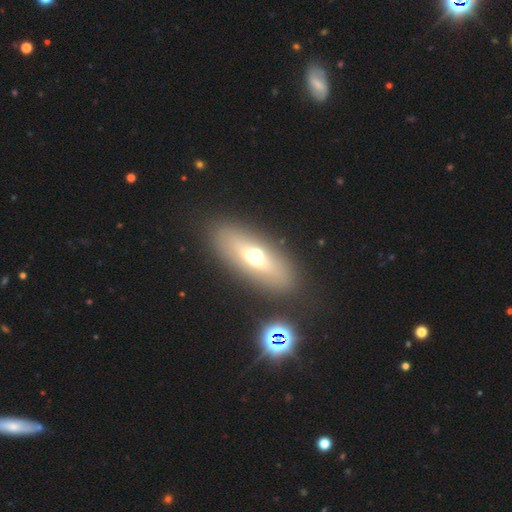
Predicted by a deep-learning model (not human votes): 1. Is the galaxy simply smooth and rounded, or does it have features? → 50% smooth, 37% featured or disk, 13% star or artifact.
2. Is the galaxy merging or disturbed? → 79% none, 10% minor disturbance, 7% merger, 5% major disturbance.